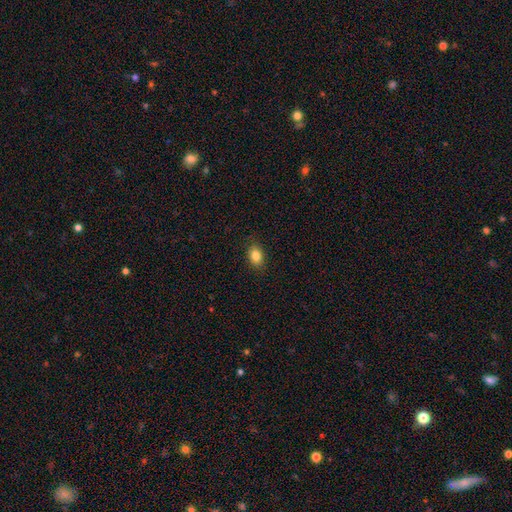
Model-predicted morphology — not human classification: This is clearly a smooth galaxy (85%). How rounded: likely in between (79%). Merging: clearly none (87%).